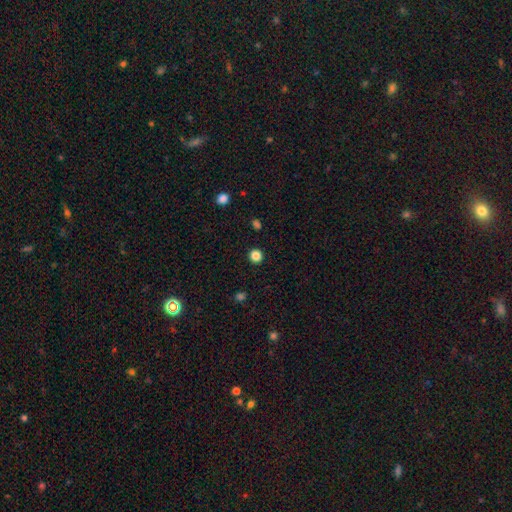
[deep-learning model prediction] A smooth galaxy with no disk features (85%) that is round (94%).

Vote fractions:
- Smooth or featured? smooth: 85% / star or artifact: 12% / featured or disk: 3%
- How rounded? round: 94% / in between: 6% / cigar-shaped: 1%
- Merging? none: 93% / minor disturbance: 4% / major disturbance: 2% / merger: 1%